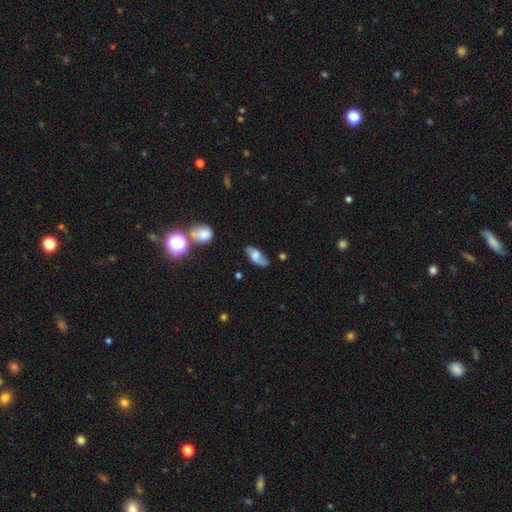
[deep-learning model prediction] A smooth galaxy with no disk features (51%) that is in between round and cigar-shaped (85%). Merging: none (63%).